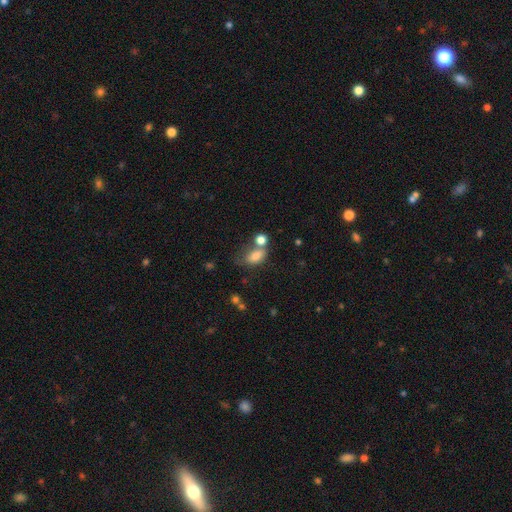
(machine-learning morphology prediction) This is likely a smooth galaxy (79%). How rounded: clearly in between (84%). Merging: marginally none (37%).